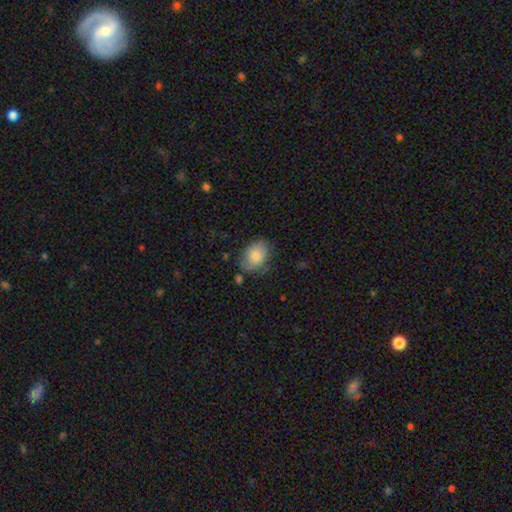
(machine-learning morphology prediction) Smooth or featured? smooth (74%)
How rounded? in between (73%)
Merging? none (65%)